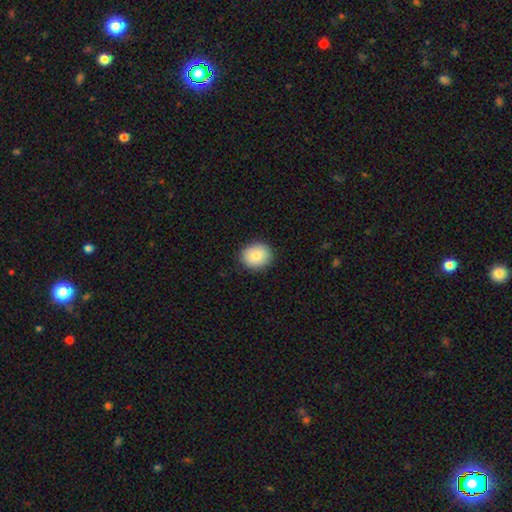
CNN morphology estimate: Smooth or featured: smooth — 87% (star or artifact — 8%)
How rounded: round — 65% (in between — 34%)
Merging: none — 89% (minor disturbance — 8%)